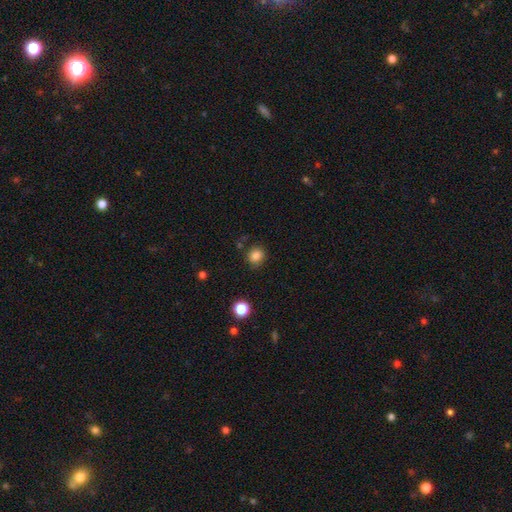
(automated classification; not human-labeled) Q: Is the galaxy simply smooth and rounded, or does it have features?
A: smooth — 84%.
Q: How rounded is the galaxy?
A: round — 79%.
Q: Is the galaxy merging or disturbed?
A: none — 82%.